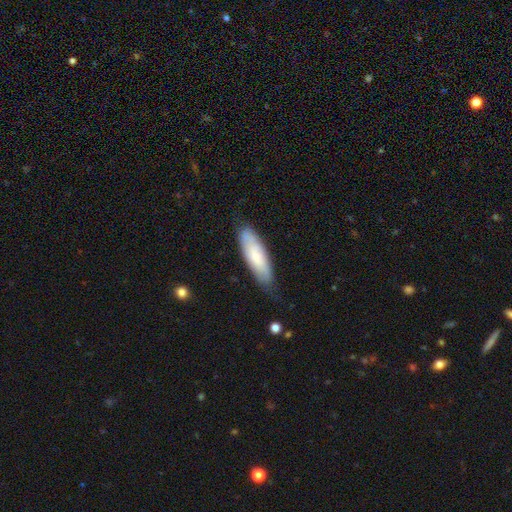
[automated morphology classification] smooth_or_featured: smooth (p=0.63) [alt: featured or disk p=0.31]
how_rounded: in between (p=0.51) [alt: cigar-shaped p=0.47]
merging: none (p=0.71) [alt: minor disturbance p=0.23]